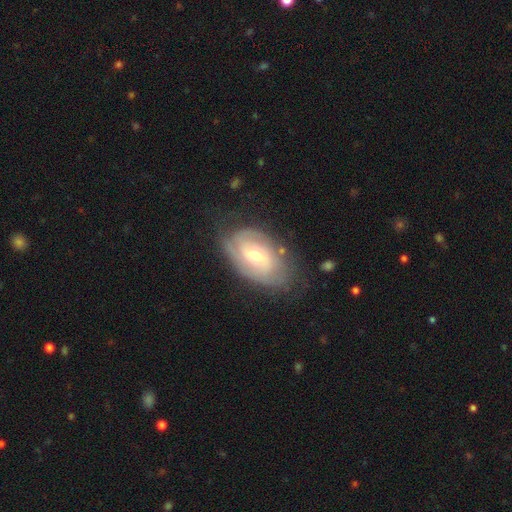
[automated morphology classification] Overall: featured or disk (77%). Edge-on disk: no (95%). Bar: weak (48%; no 40%). Spiral arms: yes (91%). Spiral arm count: 2 (43%; can't tell 34%). Spiral winding: tight (58%; medium 32%). Bulge size: moderate (53%; small 42%). Merging: none (68%).